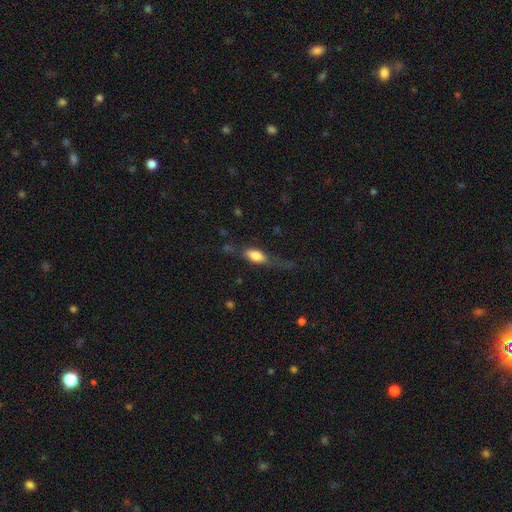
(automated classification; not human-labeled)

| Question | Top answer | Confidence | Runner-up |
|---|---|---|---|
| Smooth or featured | smooth | 68% | featured or disk (25%) |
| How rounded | in between | 75% | cigar-shaped (20%) |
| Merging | none | 43% | major disturbance (29%) |